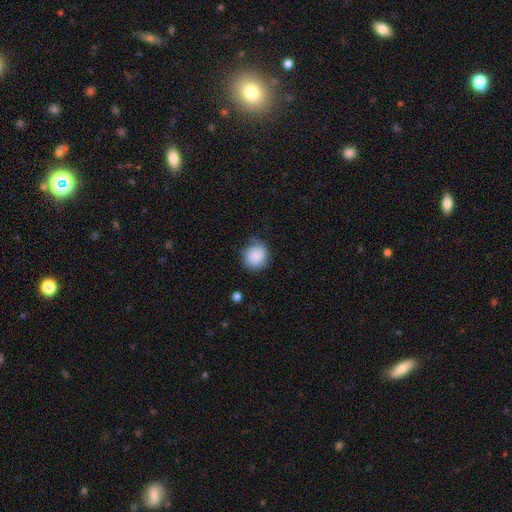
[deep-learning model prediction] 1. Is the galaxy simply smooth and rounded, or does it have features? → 88% smooth, 8% star or artifact, 4% featured or disk.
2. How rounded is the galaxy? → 81% round, 18% in between, 1% cigar-shaped.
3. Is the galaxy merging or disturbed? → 75% none, 19% minor disturbance, 5% major disturbance, 2% merger.